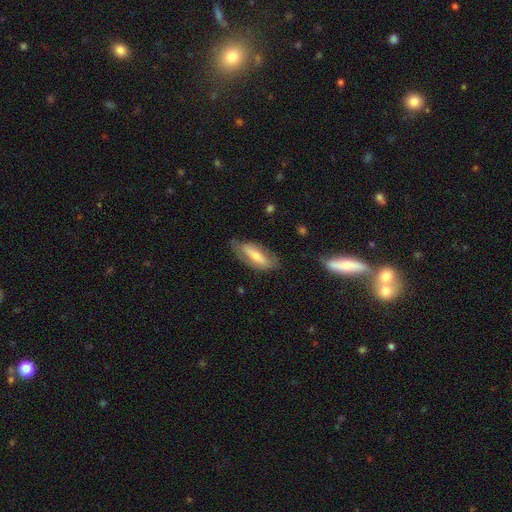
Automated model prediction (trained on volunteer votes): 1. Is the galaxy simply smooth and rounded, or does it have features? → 50% featured or disk, 44% smooth, 7% star or artifact.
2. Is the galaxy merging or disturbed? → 69% none, 22% minor disturbance, 8% major disturbance, 2% merger.